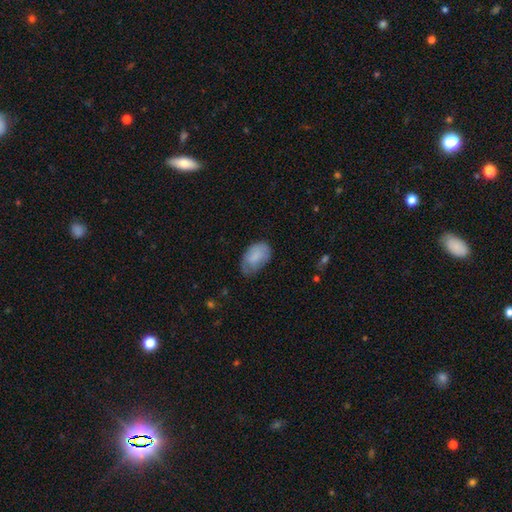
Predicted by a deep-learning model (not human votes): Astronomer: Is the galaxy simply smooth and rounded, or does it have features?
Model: smooth — 80%.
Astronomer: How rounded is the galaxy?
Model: in between — 92%.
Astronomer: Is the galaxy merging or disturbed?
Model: none — 55% (runner-up: minor disturbance, 34%).